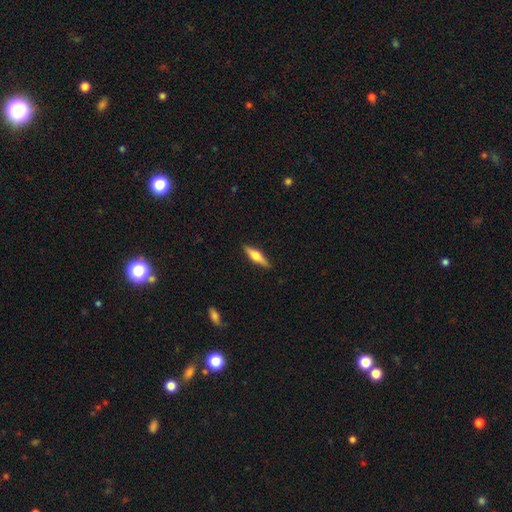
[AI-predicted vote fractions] A featured or disk galaxy (50%) viewed edge-on (95%). Merging: none (89%).